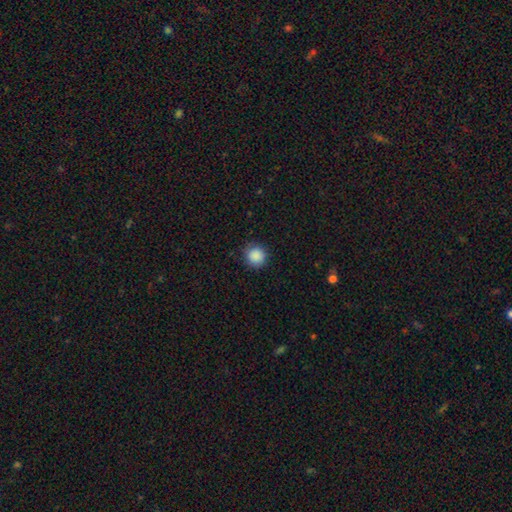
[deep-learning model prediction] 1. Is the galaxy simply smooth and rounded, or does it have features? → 88% smooth, 9% star or artifact, 3% featured or disk.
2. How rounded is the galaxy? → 93% round, 6% in between, 1% cigar-shaped.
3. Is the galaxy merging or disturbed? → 88% none, 9% minor disturbance, 2% major disturbance, 1% merger.